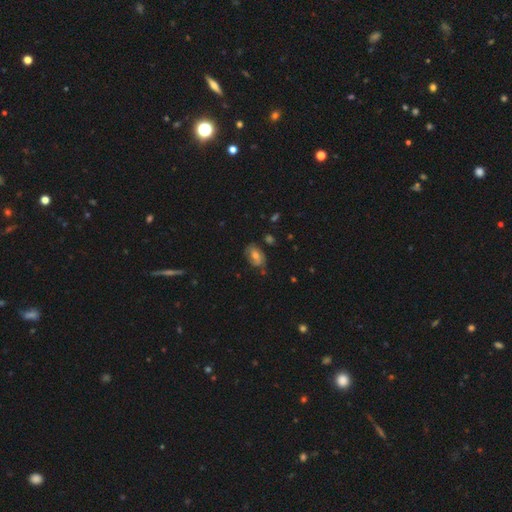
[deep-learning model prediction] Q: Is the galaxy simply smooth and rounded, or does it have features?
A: featured or disk — 51%.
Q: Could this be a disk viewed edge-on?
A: no — 94%.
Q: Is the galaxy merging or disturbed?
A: none — 65%.